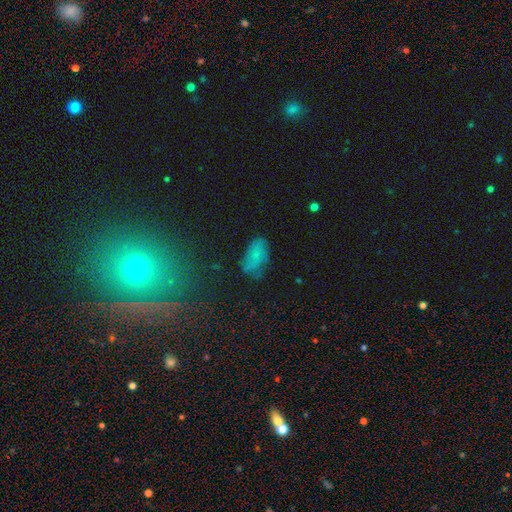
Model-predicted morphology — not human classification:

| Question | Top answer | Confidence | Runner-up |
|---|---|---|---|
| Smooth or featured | smooth | 65% | featured or disk (19%) |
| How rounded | in between | 92% | round (5%) |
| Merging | none | 57% | minor disturbance (28%) |